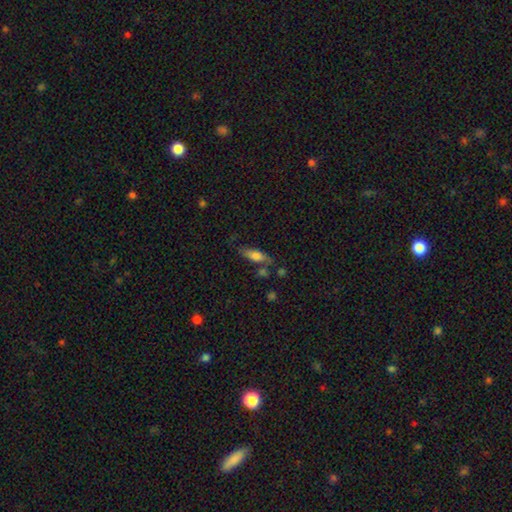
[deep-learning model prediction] smooth_or_featured: smooth (p=0.66) [alt: featured or disk p=0.26]
how_rounded: in between (p=0.57) [alt: cigar-shaped p=0.40]
merging: none (p=0.59) [alt: minor disturbance p=0.22]